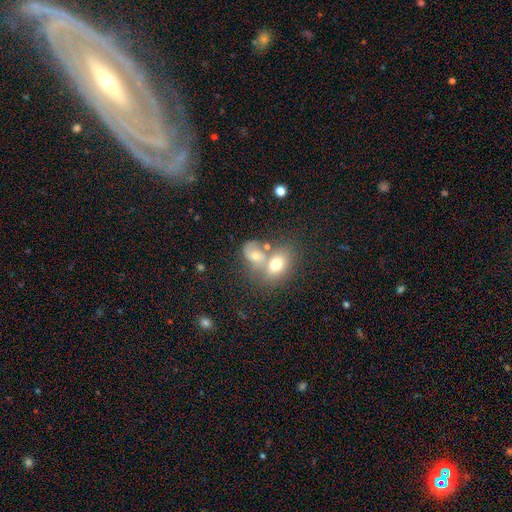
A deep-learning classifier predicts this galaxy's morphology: Smooth or featured? smooth (57%)
How rounded? in between (60%)
Merging? merger (58%)